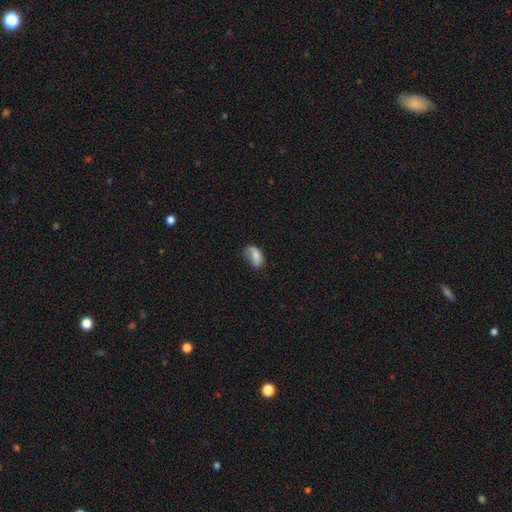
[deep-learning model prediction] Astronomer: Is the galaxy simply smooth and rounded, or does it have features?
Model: smooth — 75%.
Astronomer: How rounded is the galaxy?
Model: in between — 91%.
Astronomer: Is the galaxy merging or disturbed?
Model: none — 43% (runner-up: minor disturbance, 33%).